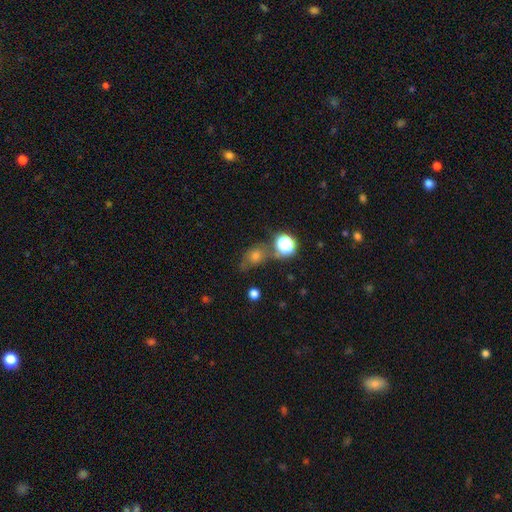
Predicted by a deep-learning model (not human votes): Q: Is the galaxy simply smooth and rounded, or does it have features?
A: smooth — 51%.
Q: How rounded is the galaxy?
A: round — 61%.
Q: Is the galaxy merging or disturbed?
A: none — 59%.